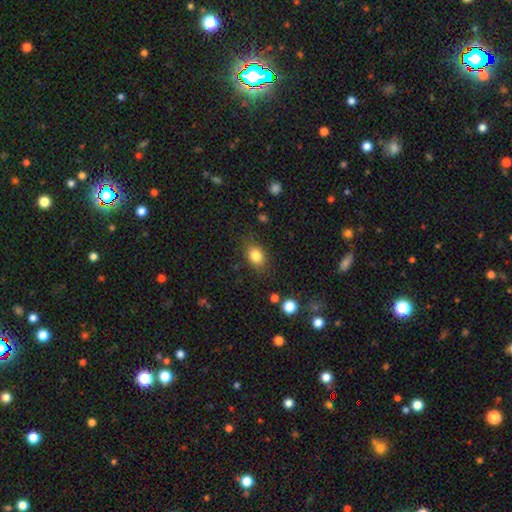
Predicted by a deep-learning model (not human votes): Smooth or featured? Predicted: smooth (p=0.83). How rounded? Predicted: in between (p=0.67). Merging? Predicted: none (p=0.79).